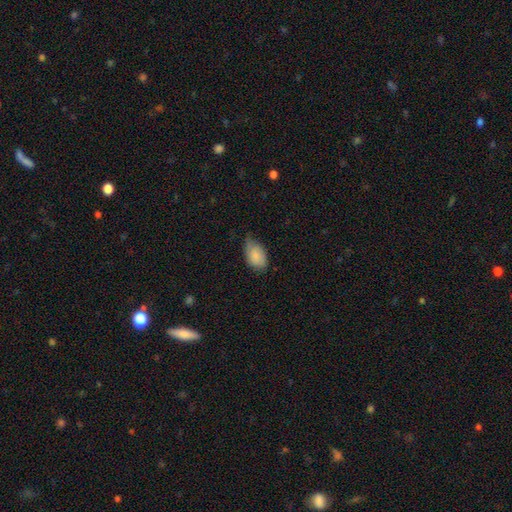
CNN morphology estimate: Smooth or featured? Predicted: smooth (p=0.83). How rounded? Predicted: in between (p=0.91). Merging? Predicted: none (p=0.46).